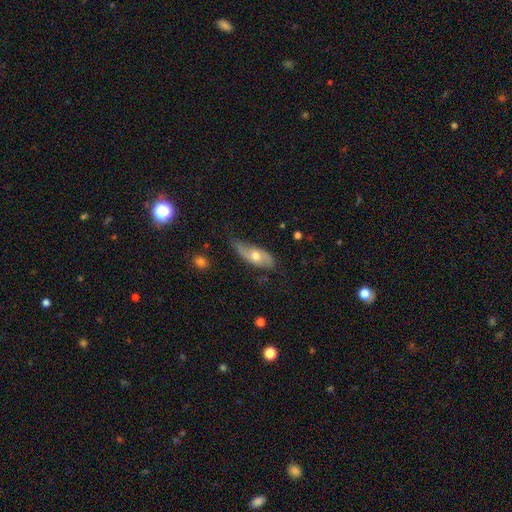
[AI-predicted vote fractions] Smooth or featured?
  - featured or disk: 53% *
  - smooth: 41%
  - star or artifact: 6%
Edge-on disk?
  - no: 73% *
  - yes: 27%
Merging?
  - none: 56% *
  - minor disturbance: 34%
  - major disturbance: 9%
  - merger: 2%